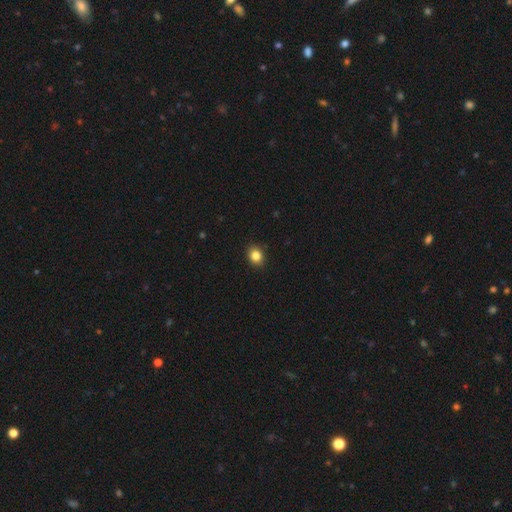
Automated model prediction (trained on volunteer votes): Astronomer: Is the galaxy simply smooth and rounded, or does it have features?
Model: smooth — 84%.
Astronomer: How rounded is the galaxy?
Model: round — 54% (runner-up: in between, 45%).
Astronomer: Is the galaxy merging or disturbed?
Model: none — 90%.